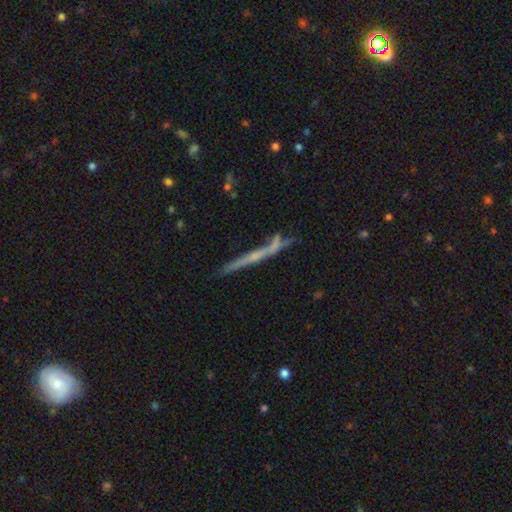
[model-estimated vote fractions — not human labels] smooth-or-featured: featured or disk: 61% | smooth: 30% | star or artifact: 9%
  disk-edge-on: yes: 93% | no: 7%
    edge-on-bulge: none: 66% | rounded: 27% | boxy: 7%
  merging: none: 71% | minor disturbance: 16% | merger: 8% | major disturbance: 5%